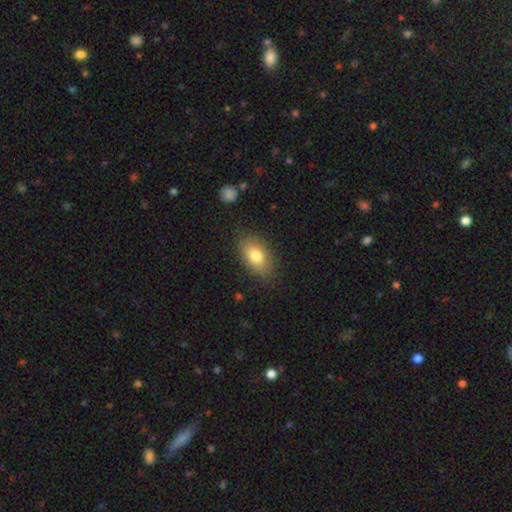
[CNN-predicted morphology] The model was most divided on "smooth or featured": smooth: 78%, featured or disk: 14%, star or artifact: 8%. More confident: how rounded — in between (88%); merging — none (81%).